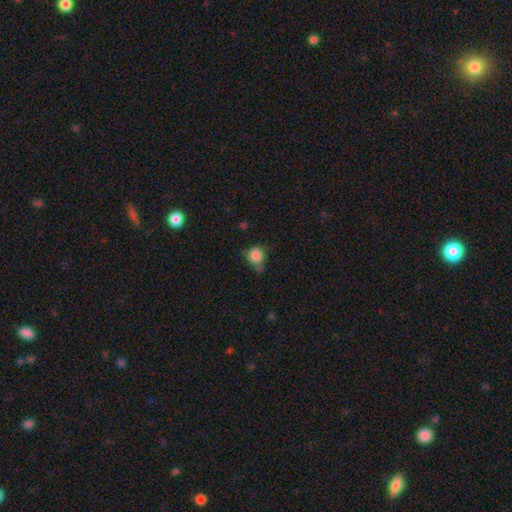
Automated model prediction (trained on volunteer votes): Smooth or featured? smooth (84%)
How rounded? round (83%)
Merging? none (51%)